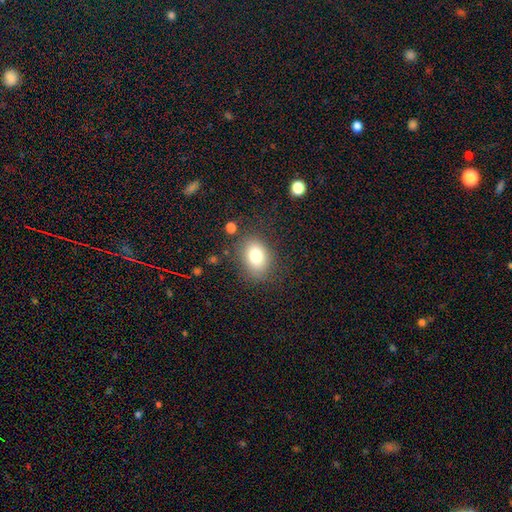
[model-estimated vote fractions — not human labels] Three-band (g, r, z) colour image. It shows a smooth galaxy with no disk features (79%) that is in between round and cigar-shaped (67%). Merging: none (78%).